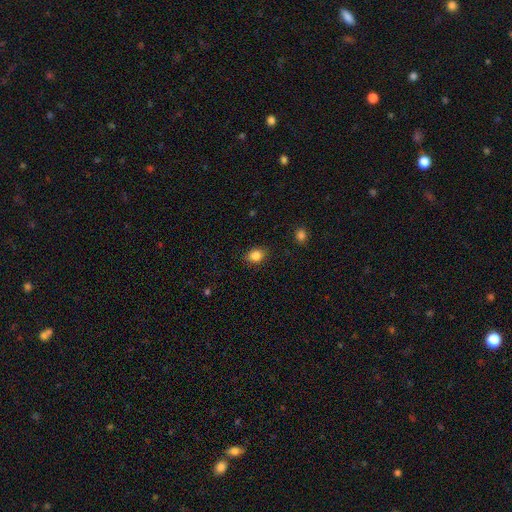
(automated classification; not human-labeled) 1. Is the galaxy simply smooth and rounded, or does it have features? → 85% smooth, 10% star or artifact, 5% featured or disk.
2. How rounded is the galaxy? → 50% in between, 49% round, 1% cigar-shaped.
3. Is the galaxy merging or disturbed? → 86% none, 10% minor disturbance, 3% major disturbance, 1% merger.